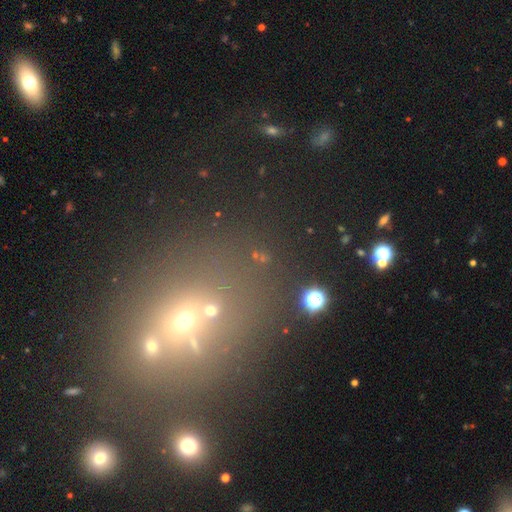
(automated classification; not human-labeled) A star or artifact, not a galaxy (50%).

Vote fractions:
- Smooth or featured? star or artifact: 50% / smooth: 35% / featured or disk: 15%